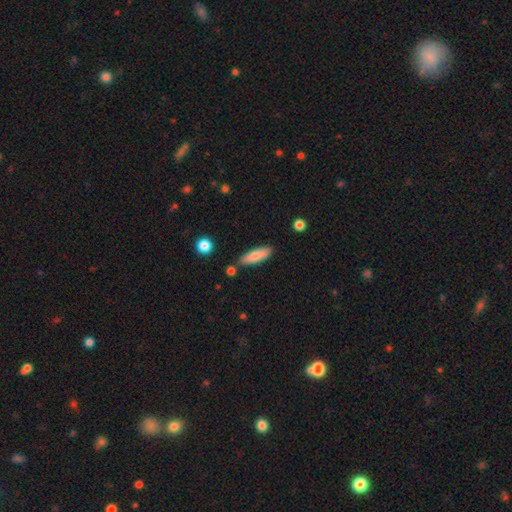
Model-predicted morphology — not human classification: This appears to be a smooth galaxy with no disk features (81%) that is cigar-shaped (57%). Merging: none (81%).